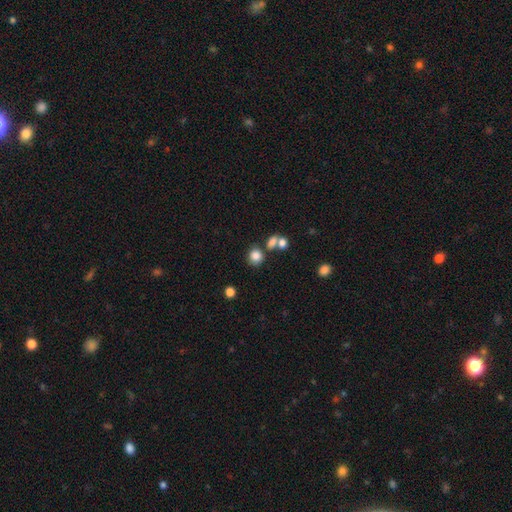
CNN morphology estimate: Smooth or featured? Predicted: smooth (p=0.82). How rounded? Predicted: round (p=0.83). Merging? Predicted: none (p=0.66).